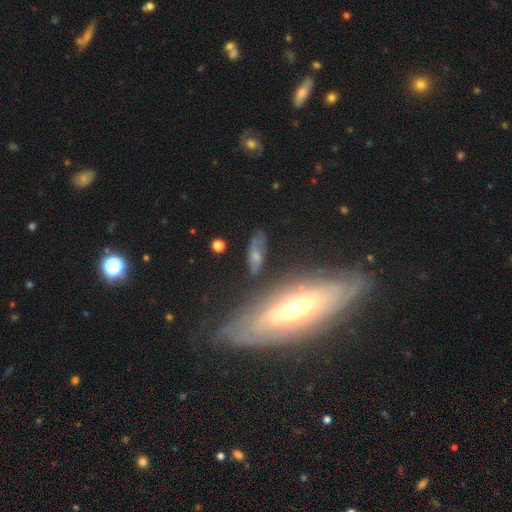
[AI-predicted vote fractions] smooth_or_featured: smooth (p=0.45) [alt: featured or disk p=0.44]
merging: none (p=0.63) [alt: minor disturbance p=0.21]